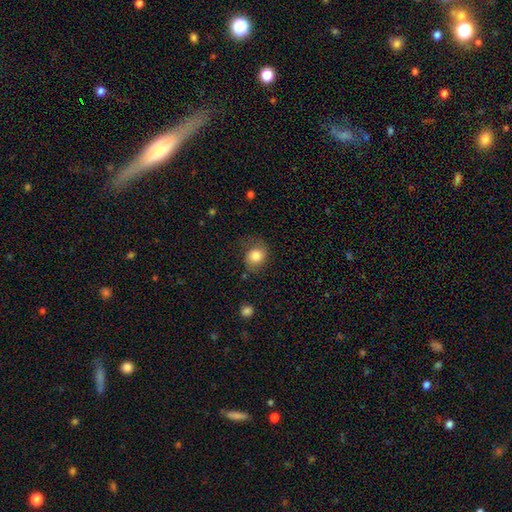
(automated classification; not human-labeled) Smooth or featured?
  - smooth: 78% *
  - featured or disk: 14%
  - star or artifact: 8%
How rounded?
  - round: 62% *
  - in between: 37%
  - cigar-shaped: 1%
Merging?
  - none: 64% *
  - minor disturbance: 23%
  - major disturbance: 11%
  - merger: 2%